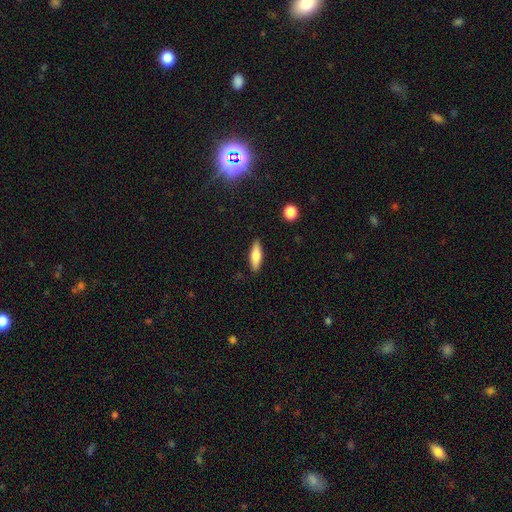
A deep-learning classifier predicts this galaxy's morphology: type=smooth (71%); roundness=cigar-shaped (51%); merging=none (87%).